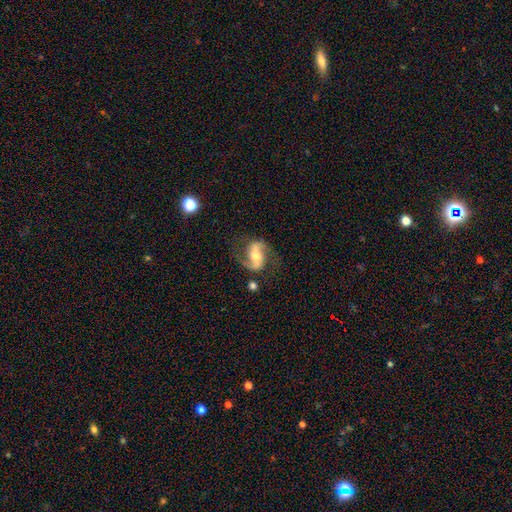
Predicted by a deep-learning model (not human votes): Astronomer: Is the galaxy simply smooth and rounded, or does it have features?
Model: featured or disk — 86%.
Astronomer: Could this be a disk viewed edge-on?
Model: no — 96%.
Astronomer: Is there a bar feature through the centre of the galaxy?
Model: strong — 47% (runner-up: weak, 32%).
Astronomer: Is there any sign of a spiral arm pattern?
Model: yes — 95%.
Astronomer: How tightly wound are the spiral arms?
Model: loose — 50% (runner-up: medium, 39%).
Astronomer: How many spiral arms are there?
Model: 2 — 92%.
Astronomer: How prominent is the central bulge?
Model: moderate — 58% (runner-up: small, 34%).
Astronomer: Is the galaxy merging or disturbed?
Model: none — 74%.